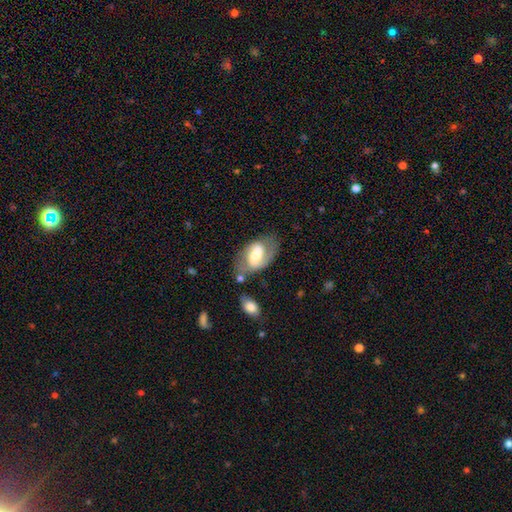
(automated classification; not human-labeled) This appears to be a featured or disk galaxy (60%) with a weak bar (43%), spiral arms (78%) and a moderate central bulge (56%). Merging: none (58%).